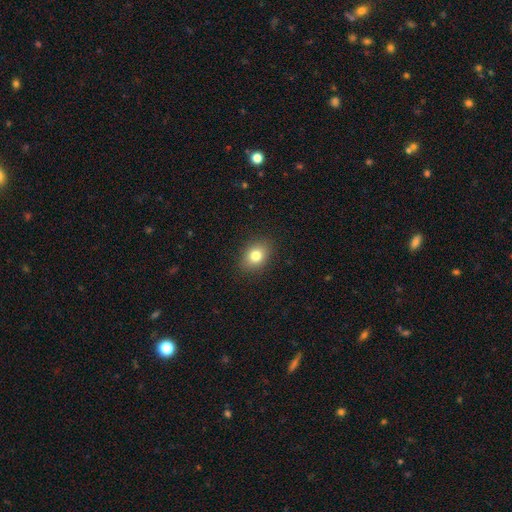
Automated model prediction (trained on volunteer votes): Smooth or featured: smooth — 80% (star or artifact — 11%)
How rounded: in between — 63% (round — 36%)
Merging: none — 88% (minor disturbance — 8%)